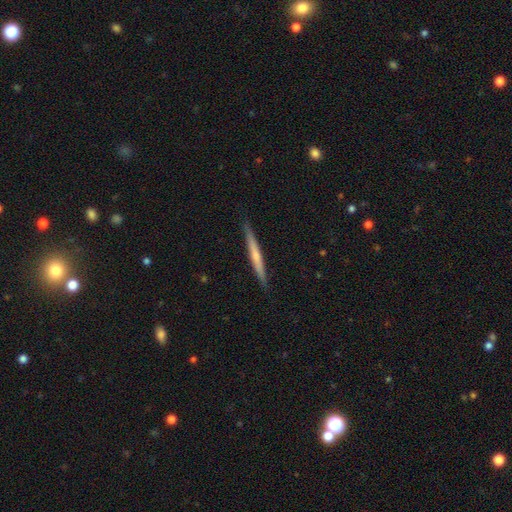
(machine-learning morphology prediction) Q: Smooth or featured?
A: featured or disk (48%); runner-up: smooth (47%)
Q: Merging?
A: none (90%); runner-up: minor disturbance (8%)